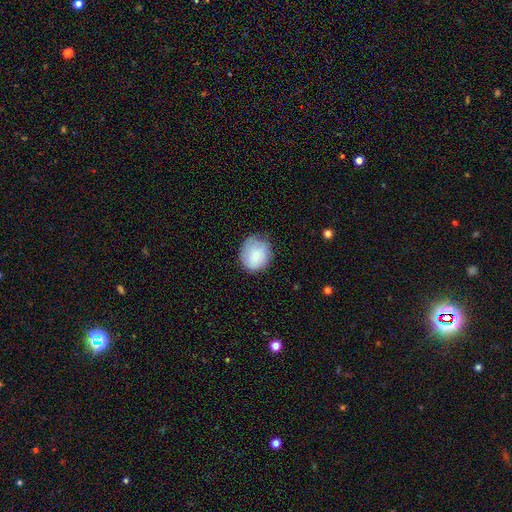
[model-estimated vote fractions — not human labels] A smooth galaxy with no disk features (80%) that is round (74%).

Vote fractions:
- Smooth or featured? smooth: 80% / featured or disk: 13% / star or artifact: 7%
- How rounded? round: 74% / in between: 25% / cigar-shaped: 1%
- Merging? none: 68% / minor disturbance: 25% / major disturbance: 6% / merger: 1%